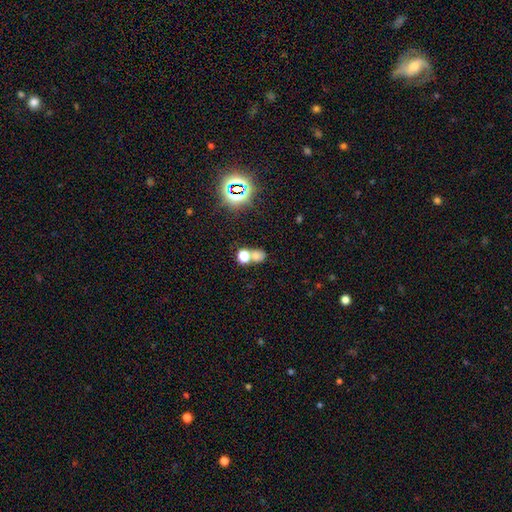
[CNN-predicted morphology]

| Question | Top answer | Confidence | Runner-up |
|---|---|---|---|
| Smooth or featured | smooth | 64% | star or artifact (26%) |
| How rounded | round | 59% | in between (39%) |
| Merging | merger | 46% | none (42%) |